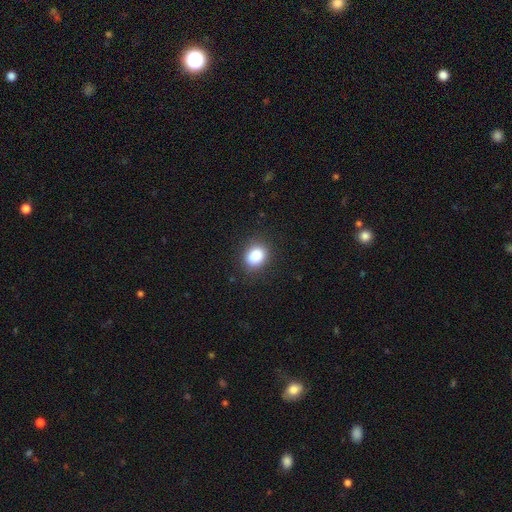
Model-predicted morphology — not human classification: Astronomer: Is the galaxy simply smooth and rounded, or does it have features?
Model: smooth — 86%.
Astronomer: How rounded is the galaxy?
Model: round — 50% (runner-up: in between, 49%).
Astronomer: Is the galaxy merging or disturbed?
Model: none — 85%.